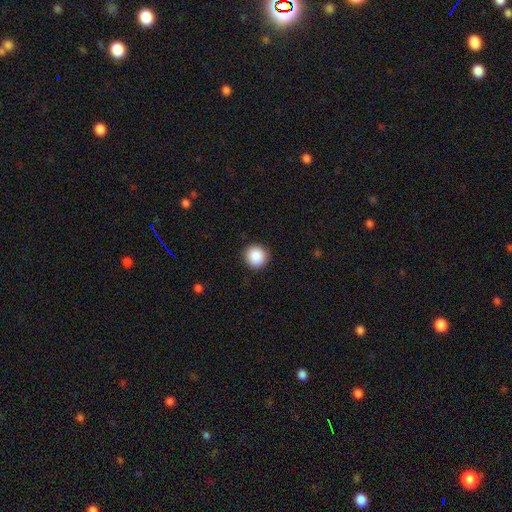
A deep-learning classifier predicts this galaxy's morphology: This appears to be a smooth galaxy with no disk features (88%) that is round (95%). Merging: none (92%).